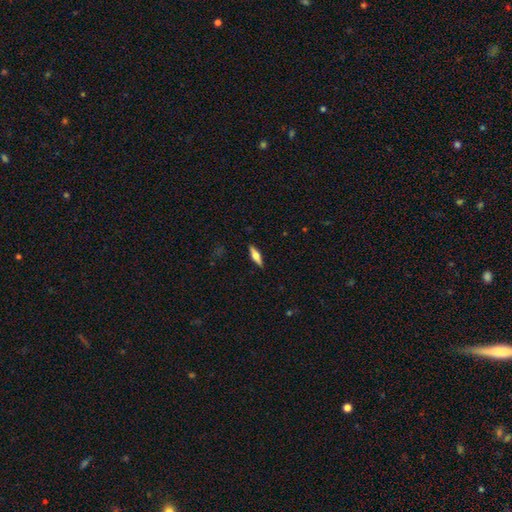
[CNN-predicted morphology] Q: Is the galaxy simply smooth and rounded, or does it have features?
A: featured or disk — 50%.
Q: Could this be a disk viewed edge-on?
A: yes — 94%.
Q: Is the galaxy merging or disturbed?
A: none — 89%.